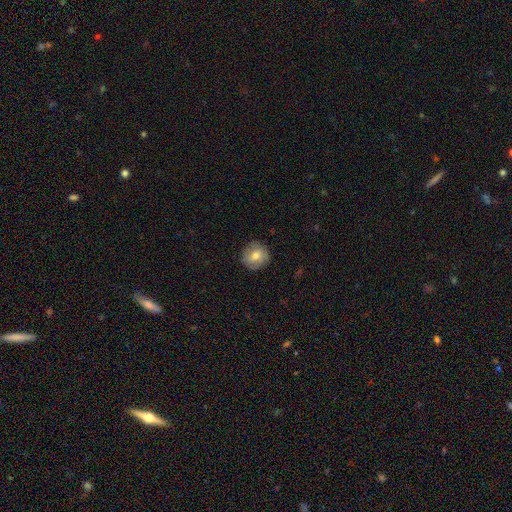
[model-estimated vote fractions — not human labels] This appears to be a smooth galaxy with no disk features (71%) that is round (89%). Merging: none (86%).